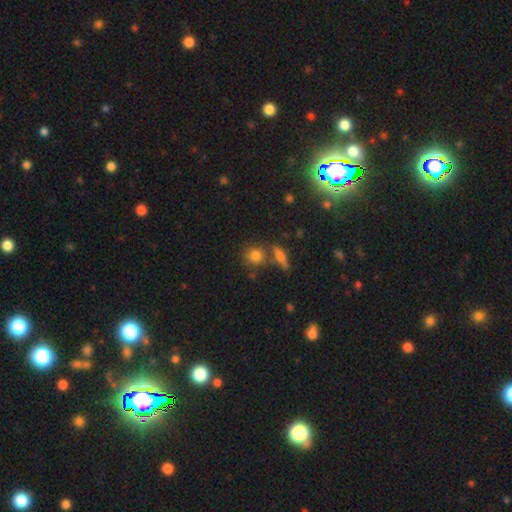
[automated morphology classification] The model was most divided on "merging": none: 66%, merger: 19%, minor disturbance: 10%, major disturbance: 4%. More confident: how rounded — round (78%); smooth or featured — smooth (78%).